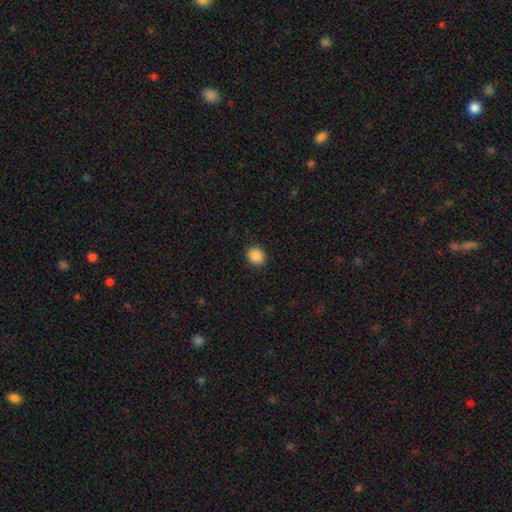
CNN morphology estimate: Smooth or featured: smooth — 88% (star or artifact — 9%)
How rounded: round — 75% (in between — 24%)
Merging: none — 88% (minor disturbance — 9%)